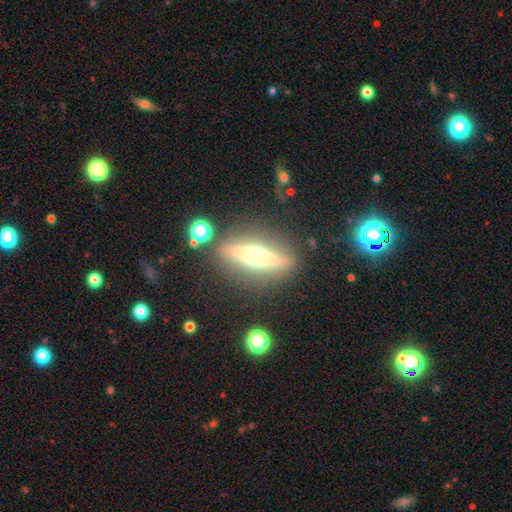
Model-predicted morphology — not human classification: type=featured or disk (68%); edge-on=yes (91%); edge-on bulge=rounded (95%); merging=none (85%).